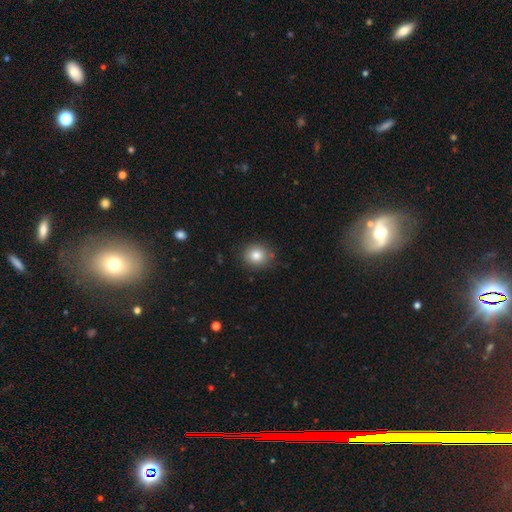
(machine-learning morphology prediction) Smooth or featured? Predicted: smooth (p=0.82). How rounded? Predicted: round (p=0.84). Merging? Predicted: none (p=0.85).